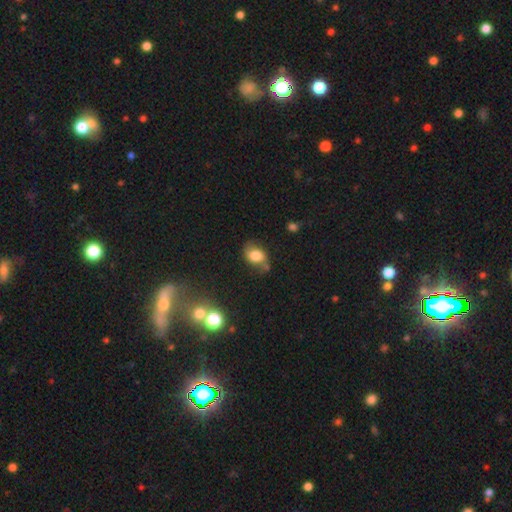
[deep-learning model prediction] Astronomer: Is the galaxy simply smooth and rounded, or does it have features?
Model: smooth — 66%.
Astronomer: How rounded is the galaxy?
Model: in between — 68%.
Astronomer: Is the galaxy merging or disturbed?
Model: none — 59%.